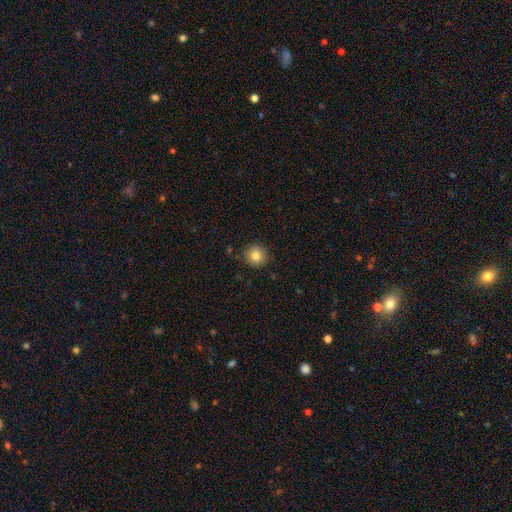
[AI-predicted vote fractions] Smooth or featured?
  - smooth: 81% *
  - star or artifact: 11%
  - featured or disk: 8%
How rounded?
  - round: 91% *
  - in between: 8%
  - cigar-shaped: 1%
Merging?
  - none: 86% *
  - minor disturbance: 10%
  - major disturbance: 2%
  - merger: 2%